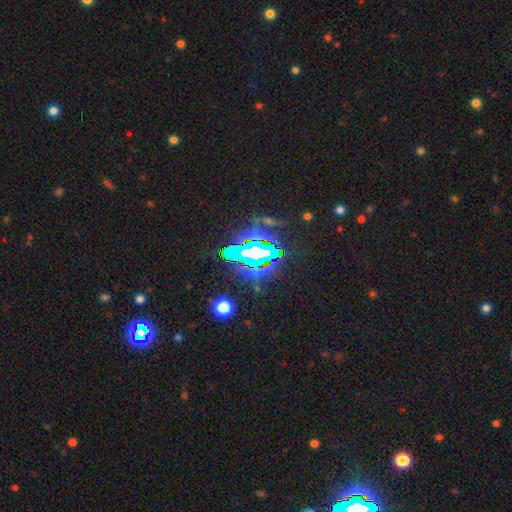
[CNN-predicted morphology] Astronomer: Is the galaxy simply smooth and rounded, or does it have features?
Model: star or artifact — 71%.